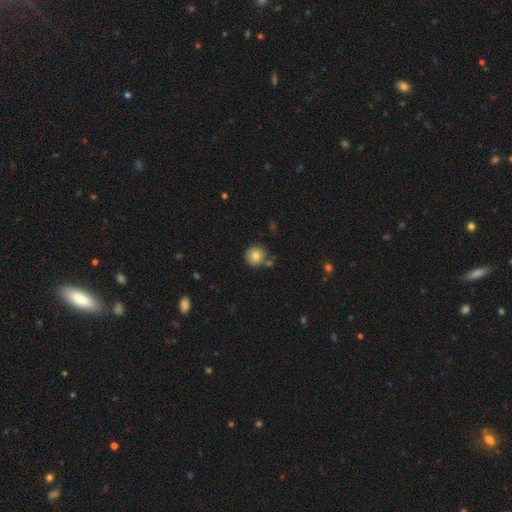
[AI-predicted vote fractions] This is likely a smooth galaxy (77%). How rounded: clearly round (95%). Merging: likely none (77%).